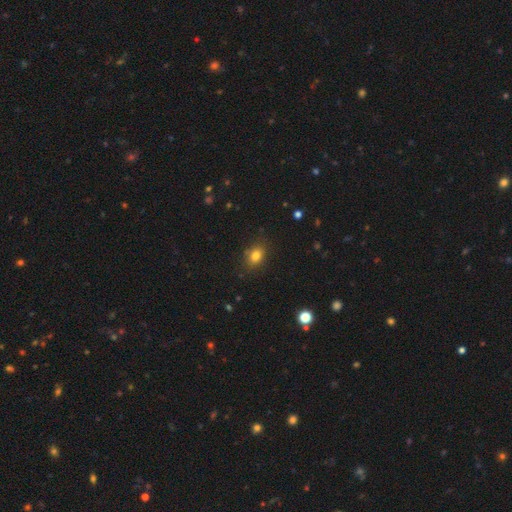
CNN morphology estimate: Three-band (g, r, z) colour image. It shows a smooth galaxy with no disk features (80%) that is in between round and cigar-shaped (61%). Merging: none (84%).